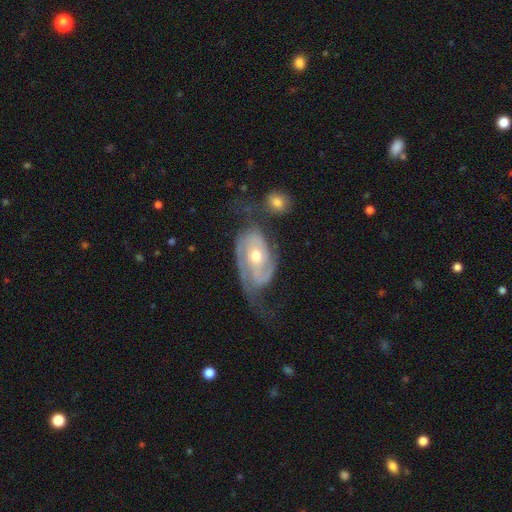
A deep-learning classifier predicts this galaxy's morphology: Smooth or featured? featured or disk (86%)
Edge-on disk? no (96%)
Bar? no (64%)
Spiral arms? yes (94%)
Spiral winding? tight (45%)
Spiral arm count? 2 (67%)
Bulge size? moderate (65%)
Merging? none (44%)